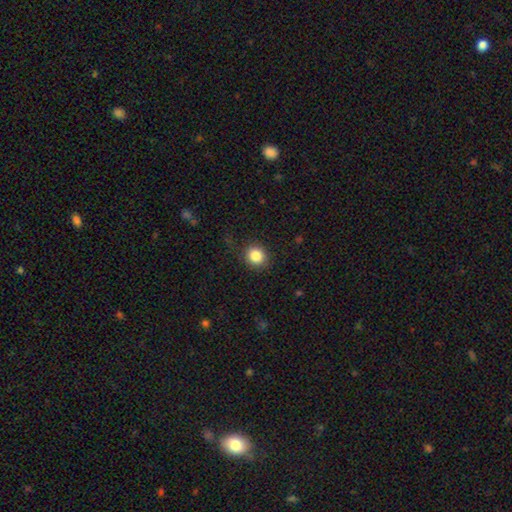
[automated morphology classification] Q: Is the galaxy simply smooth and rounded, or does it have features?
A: smooth — 86%.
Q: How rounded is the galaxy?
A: round — 80%.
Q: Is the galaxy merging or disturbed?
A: none — 83%.